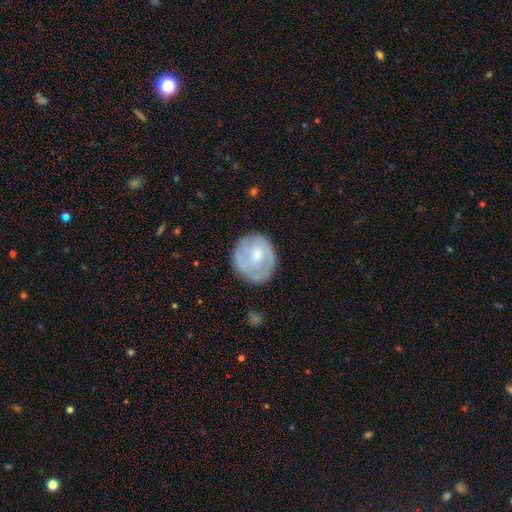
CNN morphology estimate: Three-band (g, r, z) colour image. It shows a featured or disk galaxy (51%). Merging: none (72%).